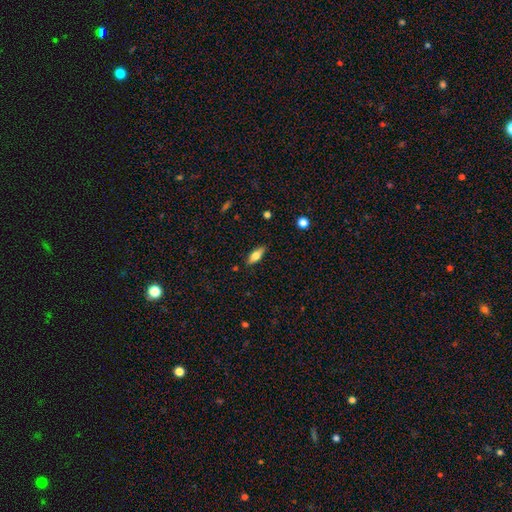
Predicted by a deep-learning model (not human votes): This appears to be a smooth galaxy with no disk features (60%) that is in between round and cigar-shaped (67%). Merging: none (86%).